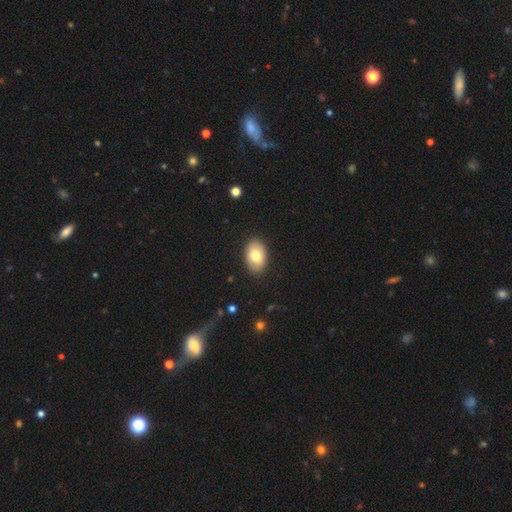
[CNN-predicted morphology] smooth 78%, featured or disk 15%, star or artifact 6%. Down the decision tree: how rounded — in between (91%); merging — none (88%).